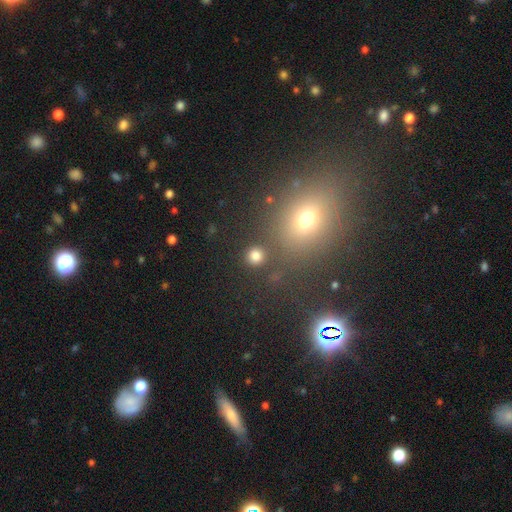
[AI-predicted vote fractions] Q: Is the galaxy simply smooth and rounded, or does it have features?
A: smooth — 81%.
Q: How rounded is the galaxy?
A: round — 91%.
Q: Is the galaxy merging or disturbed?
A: none — 86%.